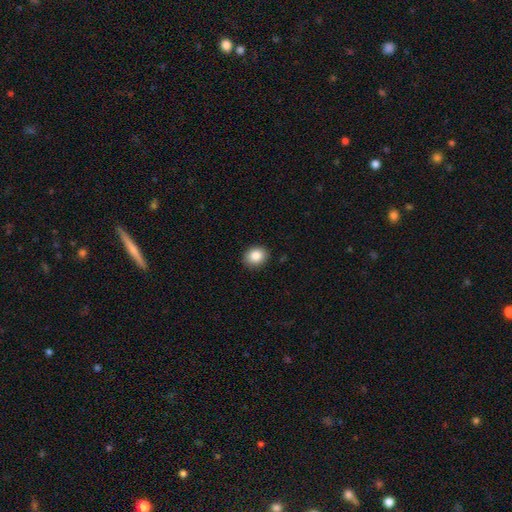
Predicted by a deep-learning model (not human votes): smooth 87%, star or artifact 8%, featured or disk 5%. Down the decision tree: how rounded — round (54%); merging — none (89%).